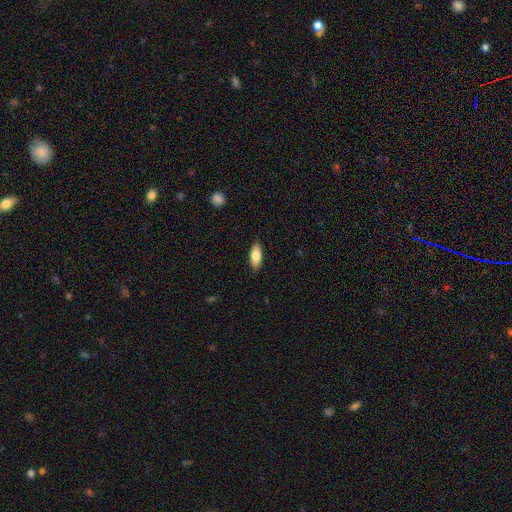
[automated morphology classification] Smooth or featured? smooth (82%)
How rounded? in between (80%)
Merging? none (88%)